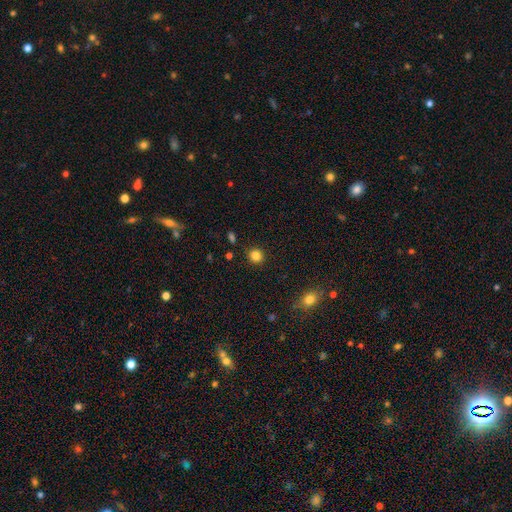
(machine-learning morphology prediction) Smooth or featured? smooth (83%)
How rounded? round (90%)
Merging? none (91%)